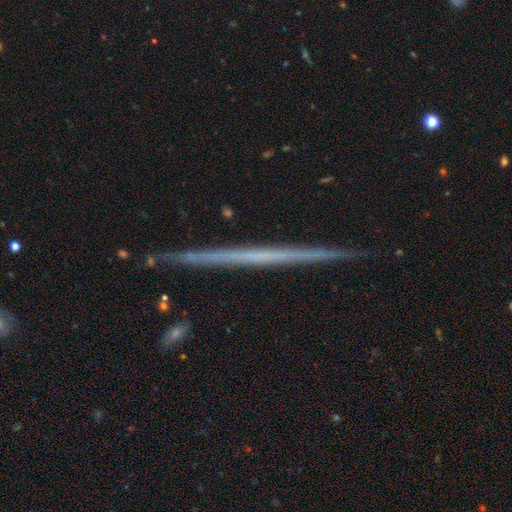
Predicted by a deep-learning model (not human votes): Smooth or featured? Predicted: featured or disk (p=0.67). Edge-on disk? Predicted: yes (p=0.98). Edge-on bulge? Predicted: none (p=0.91). Merging? Predicted: none (p=0.92).